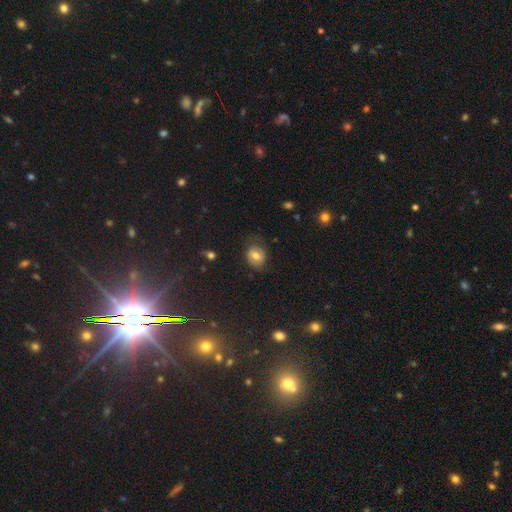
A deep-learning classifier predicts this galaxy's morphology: This appears to be a smooth galaxy with no disk features (65%) that is round (60%). Merging: none (69%).